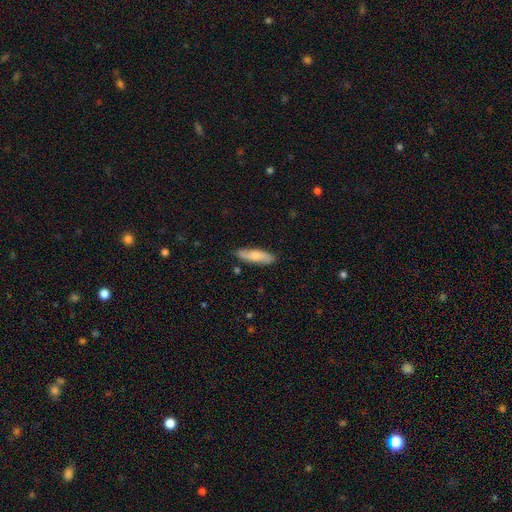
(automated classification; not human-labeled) This appears to be a smooth galaxy with no disk features (71%) that is cigar-shaped (54%). Merging: none (84%).